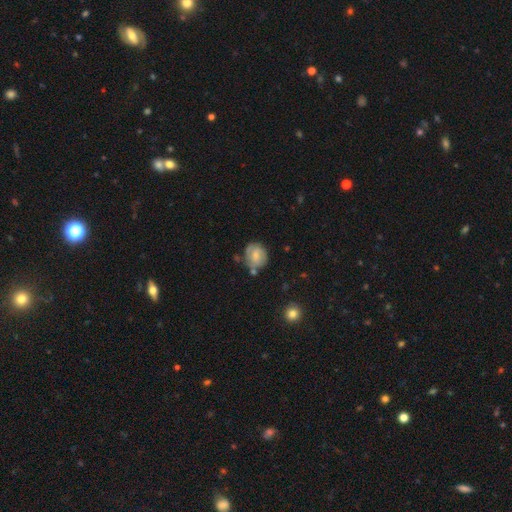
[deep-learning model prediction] A smooth galaxy with no disk features (57%) that is round (62%). Merging: none (60%).